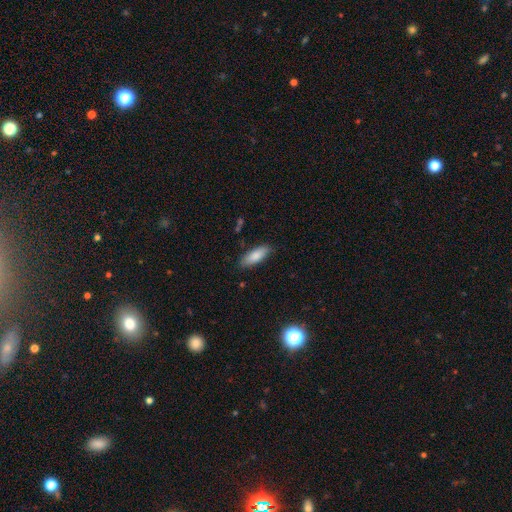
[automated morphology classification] type=smooth (83%); roundness=in between (66%); merging=none (85%).